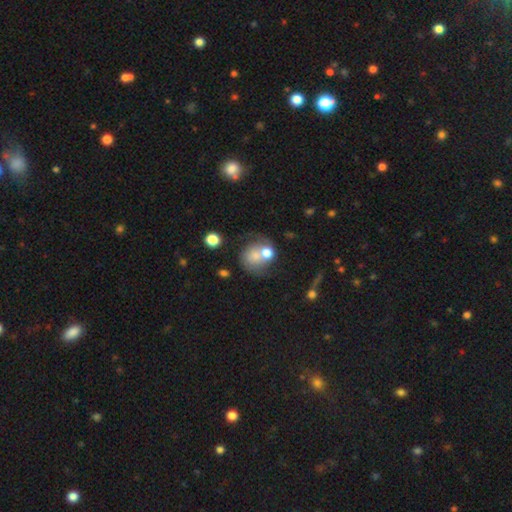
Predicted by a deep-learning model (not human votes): This is likely a smooth galaxy (64%). How rounded: likely round (71%). Merging: possibly merger (46%).